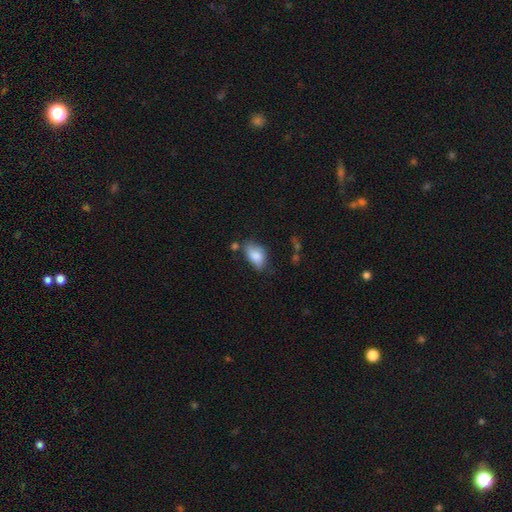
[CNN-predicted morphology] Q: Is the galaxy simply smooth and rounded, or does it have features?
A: smooth — 82%.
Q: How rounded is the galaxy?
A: in between — 90%.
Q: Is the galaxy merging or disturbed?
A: none — 51%.